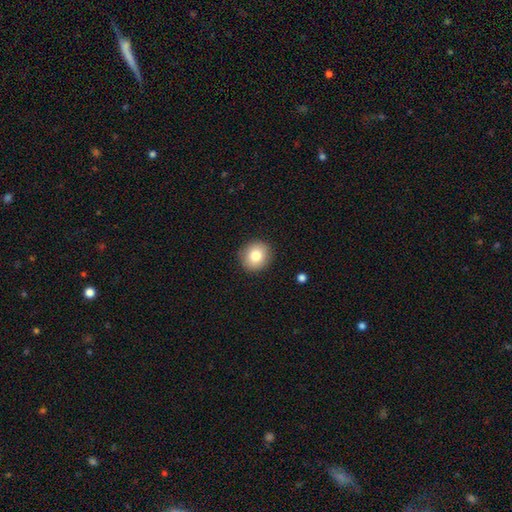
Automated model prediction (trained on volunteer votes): Smooth or featured?
  - smooth: 81% *
  - featured or disk: 10%
  - star or artifact: 9%
How rounded?
  - round: 87% *
  - in between: 12%
  - cigar-shaped: 1%
Merging?
  - none: 90% *
  - minor disturbance: 7%
  - major disturbance: 2%
  - merger: 1%